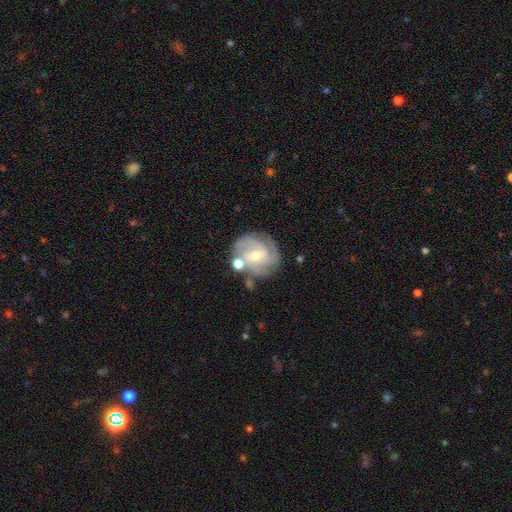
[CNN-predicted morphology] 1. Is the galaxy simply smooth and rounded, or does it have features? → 81% featured or disk, 12% smooth, 7% star or artifact.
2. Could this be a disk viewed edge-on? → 98% no, 2% yes.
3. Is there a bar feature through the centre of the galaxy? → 47% weak, 42% no, 11% strong.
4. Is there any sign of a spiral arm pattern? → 94% yes, 6% no.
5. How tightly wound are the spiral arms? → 53% tight, 38% medium, 9% loose.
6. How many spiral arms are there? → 39% 3, 20% can't tell, 18% 2, 14% 4, 4% 1, 4% more than 4.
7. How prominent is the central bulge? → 49% small, 47% moderate, 2% large, 1% none, 1% dominant.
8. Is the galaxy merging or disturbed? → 68% none, 16% minor disturbance, 10% merger, 6% major disturbance.